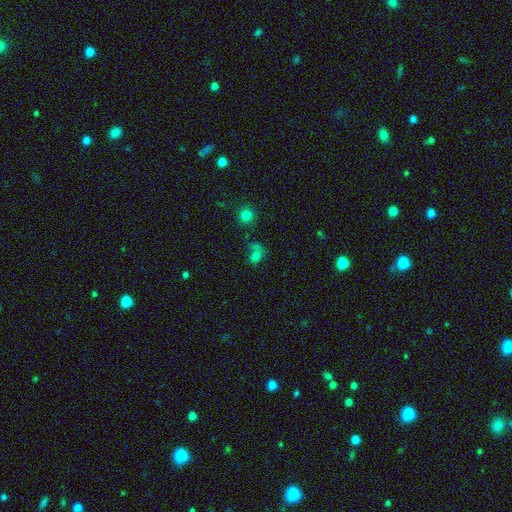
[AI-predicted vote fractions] smooth 66%, star or artifact 20%, featured or disk 14%. Down the decision tree: how rounded — round (54%); merging — none (34%).